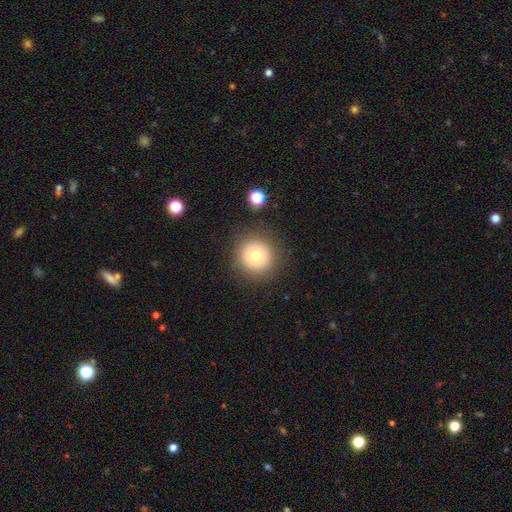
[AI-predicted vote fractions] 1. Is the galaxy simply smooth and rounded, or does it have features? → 71% smooth, 17% featured or disk, 12% star or artifact.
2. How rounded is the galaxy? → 95% round, 4% in between, 1% cigar-shaped.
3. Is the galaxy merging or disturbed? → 87% none, 7% minor disturbance, 3% major disturbance, 2% merger.